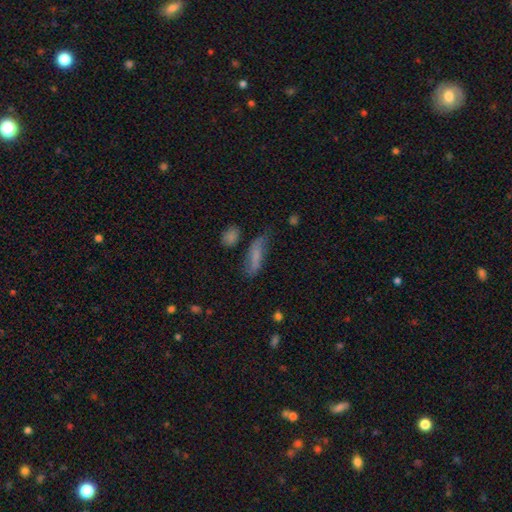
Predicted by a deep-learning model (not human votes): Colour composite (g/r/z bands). It shows a smooth galaxy with no disk features (64%) that is cigar-shaped (54%). Merging: none (52%).